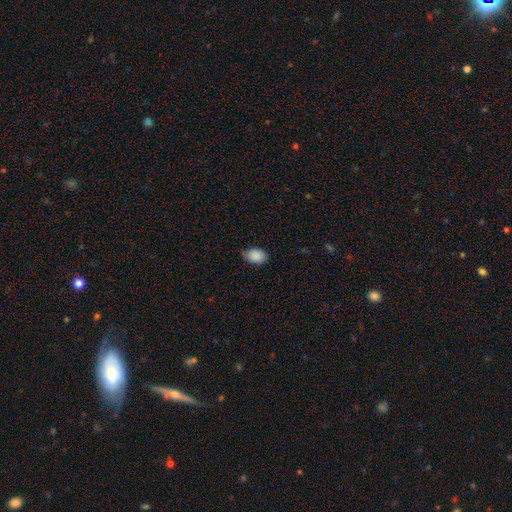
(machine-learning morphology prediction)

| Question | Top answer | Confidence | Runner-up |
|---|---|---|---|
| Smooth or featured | smooth | 89% | star or artifact (7%) |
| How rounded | in between | 81% | round (18%) |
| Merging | none | 73% | minor disturbance (22%) |